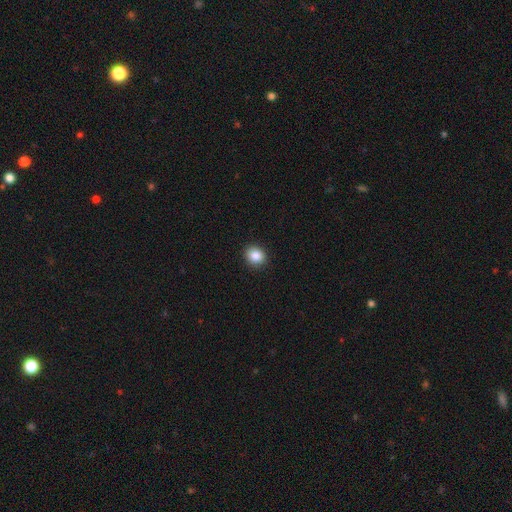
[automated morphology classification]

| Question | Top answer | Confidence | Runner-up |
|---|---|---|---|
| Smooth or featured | smooth | 86% | star or artifact (9%) |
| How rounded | round | 74% | in between (25%) |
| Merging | none | 91% | minor disturbance (7%) |